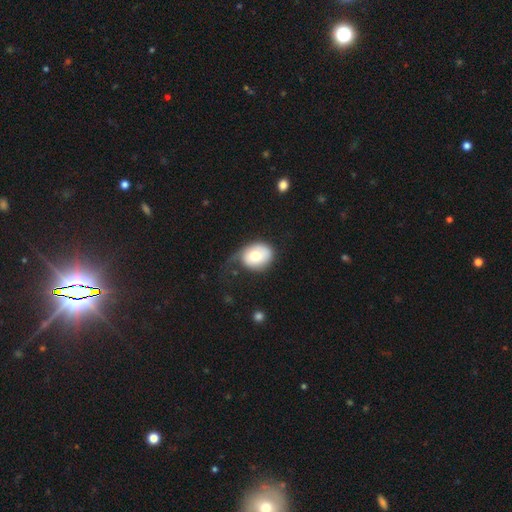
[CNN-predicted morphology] type=smooth (70%); roundness=round (50%); merging=none (36%).